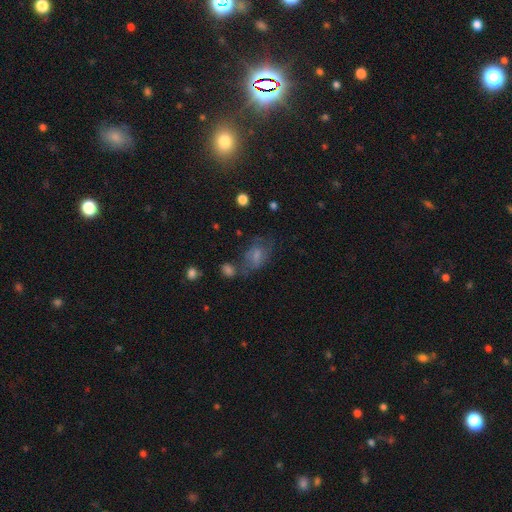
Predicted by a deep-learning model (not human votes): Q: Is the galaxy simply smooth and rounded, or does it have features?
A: smooth — 51%.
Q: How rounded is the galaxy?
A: in between — 83%.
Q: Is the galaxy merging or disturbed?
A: none — 44%.